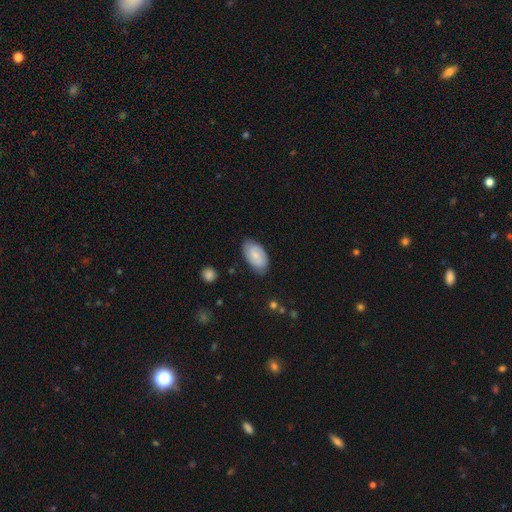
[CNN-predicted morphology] Q: Smooth or featured?
A: featured or disk (55%); runner-up: smooth (39%)
Q: Edge-on disk?
A: no (96%); runner-up: yes (4%)
Q: Bar?
A: no (46%); runner-up: weak (45%)
Q: Spiral arms?
A: yes (88%); runner-up: no (12%)
Q: Bulge size?
A: small (52%); runner-up: moderate (34%)
Q: Merging?
A: none (81%); runner-up: minor disturbance (14%)